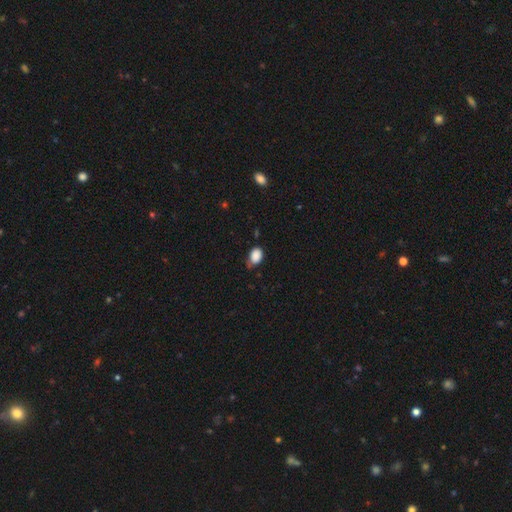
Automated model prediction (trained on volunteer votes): smooth-or-featured: smooth: 87% | star or artifact: 8% | featured or disk: 4%
  how-rounded: in between: 81% | round: 18% | cigar-shaped: 1%
  merging: none: 57% | minor disturbance: 34% | major disturbance: 6% | merger: 3%